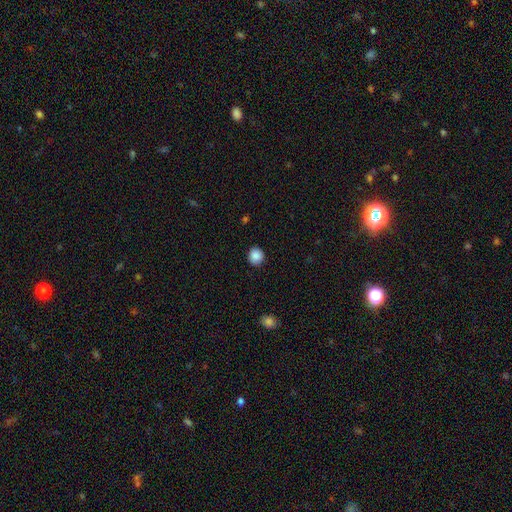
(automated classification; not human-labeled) This appears to be a smooth galaxy with no disk features (88%) that is round (88%). Merging: none (91%).